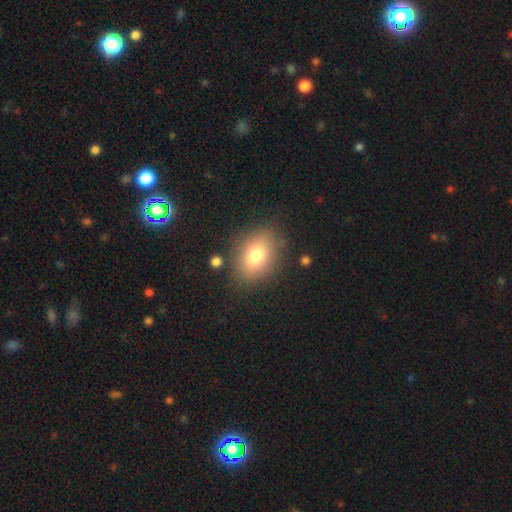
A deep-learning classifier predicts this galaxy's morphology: Smooth or featured?
  - smooth: 78% *
  - featured or disk: 12%
  - star or artifact: 10%
How rounded?
  - in between: 74% *
  - round: 25%
  - cigar-shaped: 1%
Merging?
  - none: 81% *
  - minor disturbance: 12%
  - major disturbance: 4%
  - merger: 3%